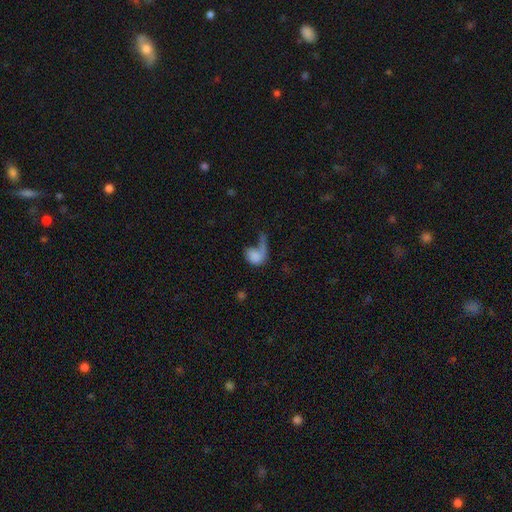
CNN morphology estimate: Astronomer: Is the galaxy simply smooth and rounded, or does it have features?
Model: smooth — 62%.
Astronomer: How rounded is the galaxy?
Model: in between — 56% (runner-up: round, 41%).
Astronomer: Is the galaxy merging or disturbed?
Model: major disturbance — 51%.